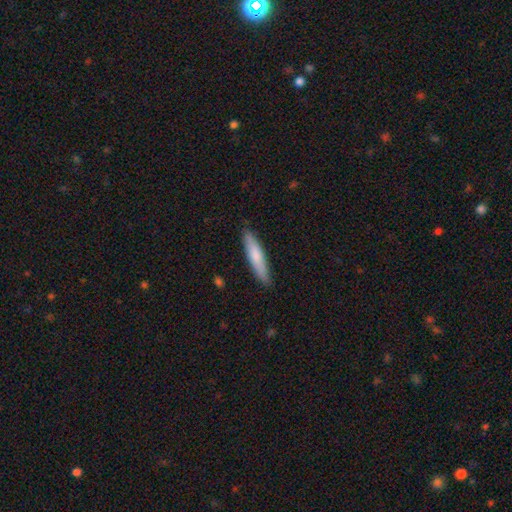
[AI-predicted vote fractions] smooth_or_featured: smooth (p=0.75) [alt: featured or disk p=0.20]
how_rounded: cigar-shaped (p=0.87) [alt: in between p=0.12]
merging: none (p=0.88) [alt: minor disturbance p=0.09]